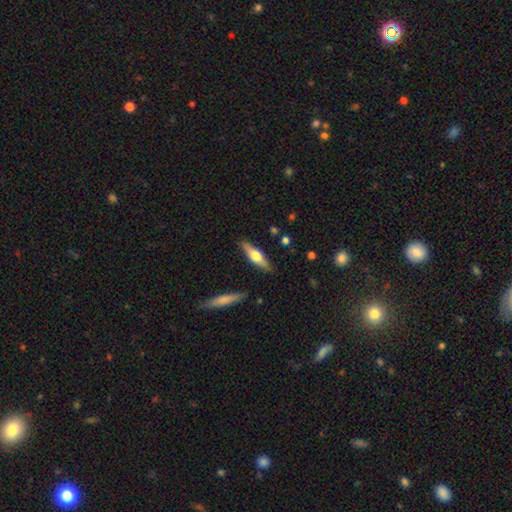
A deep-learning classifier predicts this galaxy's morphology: type=featured or disk (49%); merging=none (87%).